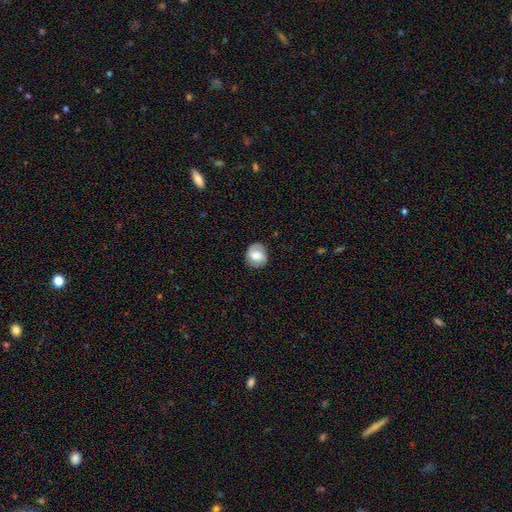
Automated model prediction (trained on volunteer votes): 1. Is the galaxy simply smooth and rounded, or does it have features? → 58% smooth, 34% featured or disk, 8% star or artifact.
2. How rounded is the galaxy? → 77% round, 22% in between, 1% cigar-shaped.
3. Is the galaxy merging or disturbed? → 78% none, 17% minor disturbance, 5% major disturbance, 1% merger.